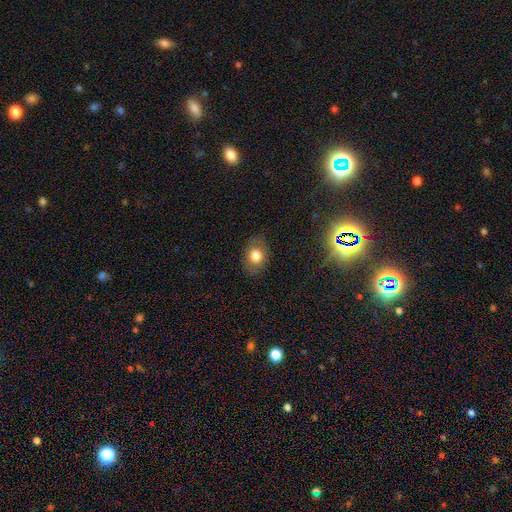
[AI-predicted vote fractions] smooth-or-featured: smooth: 75% | featured or disk: 15% | star or artifact: 10%
  how-rounded: in between: 67% | round: 32% | cigar-shaped: 1%
  merging: none: 84% | minor disturbance: 11% | major disturbance: 3% | merger: 1%